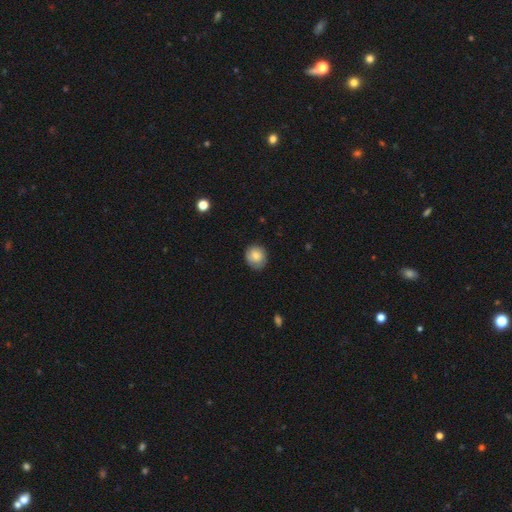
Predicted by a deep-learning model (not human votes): Q: Smooth or featured?
A: smooth (79%); runner-up: featured or disk (13%)
Q: How rounded?
A: round (86%); runner-up: in between (13%)
Q: Merging?
A: none (79%); runner-up: minor disturbance (17%)